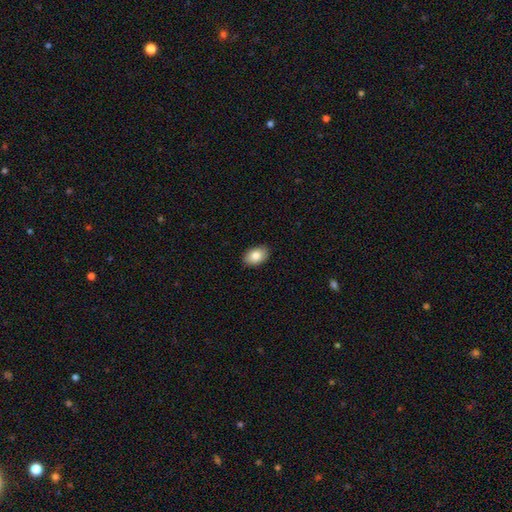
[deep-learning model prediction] Smooth or featured? smooth (85%)
How rounded? in between (88%)
Merging? none (88%)